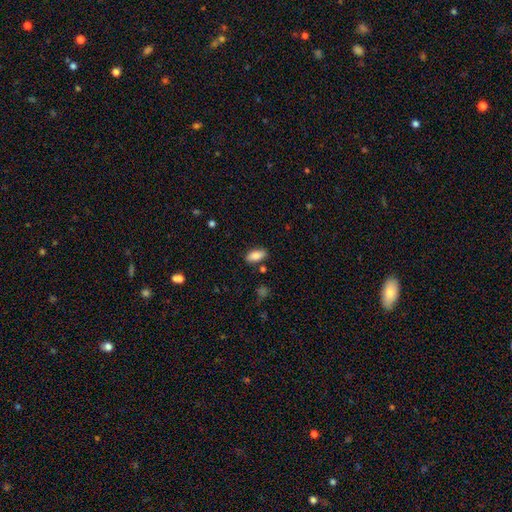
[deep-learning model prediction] A smooth galaxy with no disk features (83%) that is in between round and cigar-shaped (89%). Merging: none (83%).